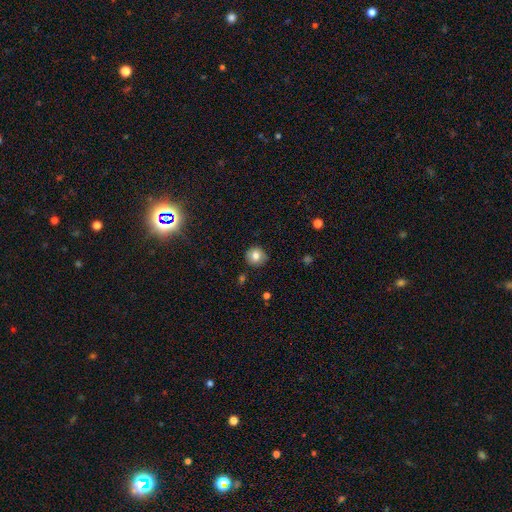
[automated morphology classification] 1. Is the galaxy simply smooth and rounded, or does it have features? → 79% smooth, 11% featured or disk, 10% star or artifact.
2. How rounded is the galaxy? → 92% round, 7% in between, 1% cigar-shaped.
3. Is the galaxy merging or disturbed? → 88% none, 9% minor disturbance, 2% major disturbance, 1% merger.